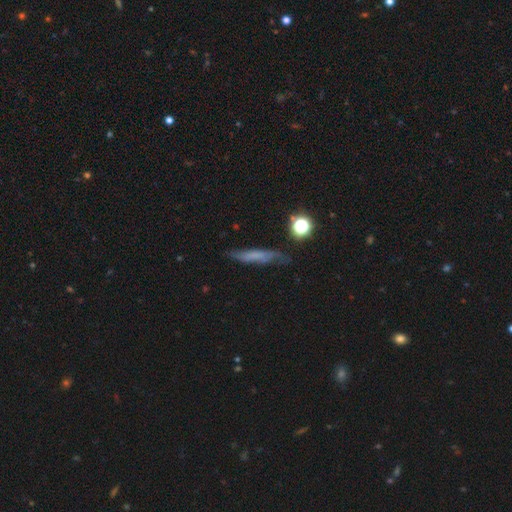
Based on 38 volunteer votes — Smooth or featured: smooth — 53% (featured or disk — 42%)
How rounded: cigar-shaped — 55% (in between — 25%)
Merging: none — 72% (minor disturbance — 19%)